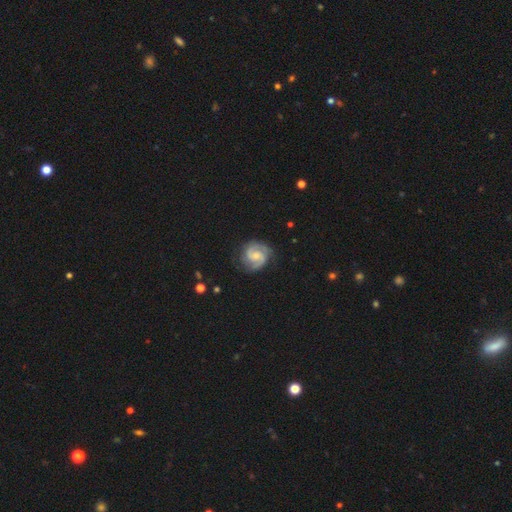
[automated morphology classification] featured or disk 87%, smooth 8%, star or artifact 5%. Down the decision tree: edge-on disk — no (98%); bar — no (50%); spiral arms — yes (98%); spiral arm count — 2 (87%); spiral winding — medium (47%); bulge size — small (49%); merging — none (79%).